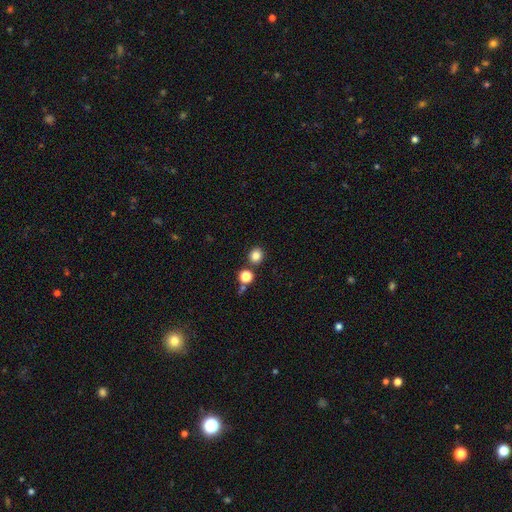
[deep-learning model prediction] This is clearly a smooth galaxy (83%). How rounded: clearly round (84%). Merging: clearly none (81%).